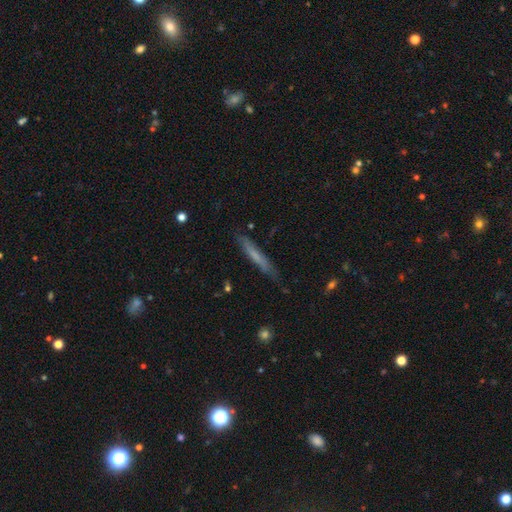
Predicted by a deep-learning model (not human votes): The model was most divided on "smooth or featured": smooth: 57%, featured or disk: 36%, star or artifact: 7%. More confident: how rounded — cigar-shaped (94%); merging — none (80%).